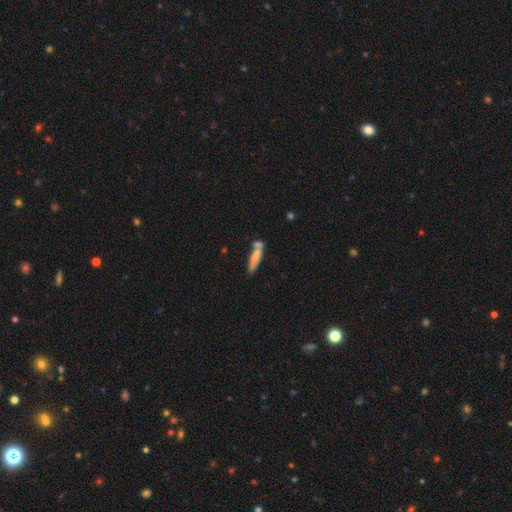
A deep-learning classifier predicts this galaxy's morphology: A smooth galaxy with no disk features (67%) that is cigar-shaped (80%).

Vote fractions:
- Smooth or featured? smooth: 67% / featured or disk: 26% / star or artifact: 7%
- How rounded? cigar-shaped: 80% / in between: 18% / round: 2%
- Merging? none: 52% / merger: 26% / minor disturbance: 17% / major disturbance: 5%